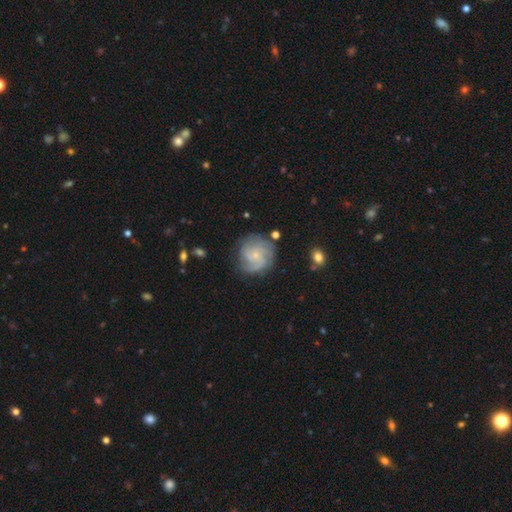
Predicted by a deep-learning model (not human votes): Morphology: type=featured or disk (78%); edge-on=no (98%); bar=no (69%); spiral arms=yes (95%); winding=tight (49%); arm count=3 (35%); bulge=small (77%); merging=none (74%).